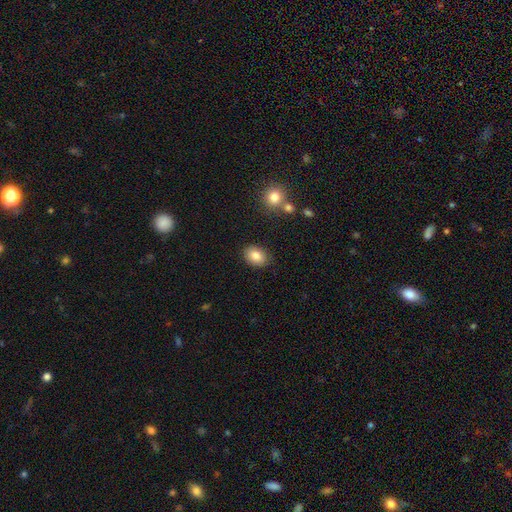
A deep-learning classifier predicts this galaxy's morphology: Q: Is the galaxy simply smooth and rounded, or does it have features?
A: smooth — 84%.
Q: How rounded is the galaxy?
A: in between — 71%.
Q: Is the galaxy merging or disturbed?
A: none — 86%.